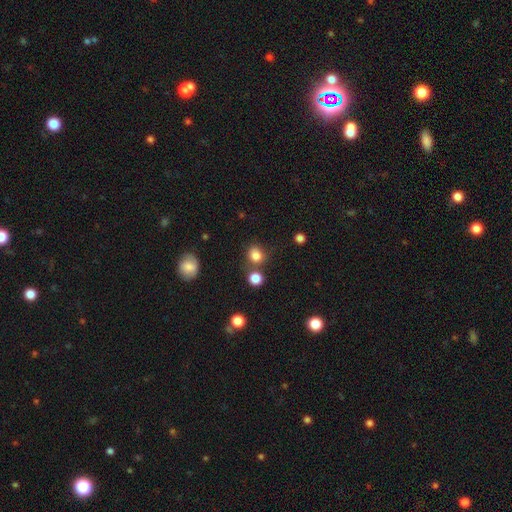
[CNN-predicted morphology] type=smooth (81%); roundness=round (71%); merging=none (66%).